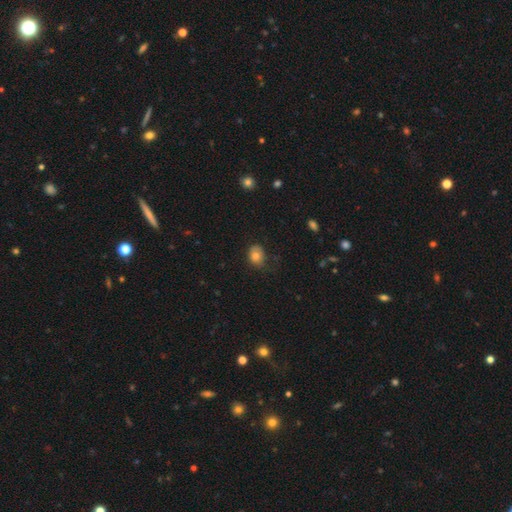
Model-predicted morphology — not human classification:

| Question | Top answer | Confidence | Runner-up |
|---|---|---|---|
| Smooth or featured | smooth | 78% | featured or disk (13%) |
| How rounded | in between | 56% | round (43%) |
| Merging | none | 63% | minor disturbance (27%) |